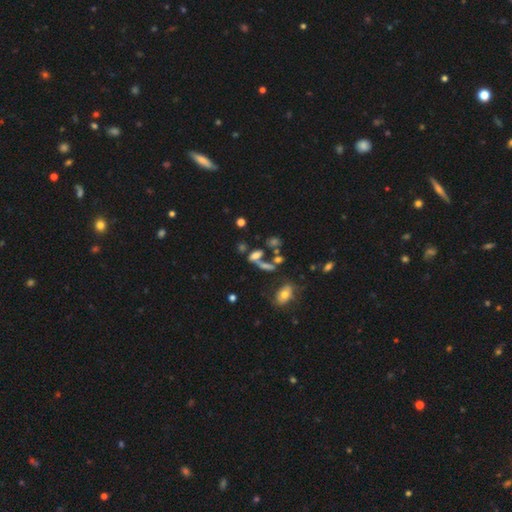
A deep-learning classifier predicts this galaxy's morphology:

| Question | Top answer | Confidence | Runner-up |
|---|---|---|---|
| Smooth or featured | smooth | 58% | featured or disk (22%) |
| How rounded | in between | 65% | cigar-shaped (21%) |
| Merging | merger | 37% | none (36%) |